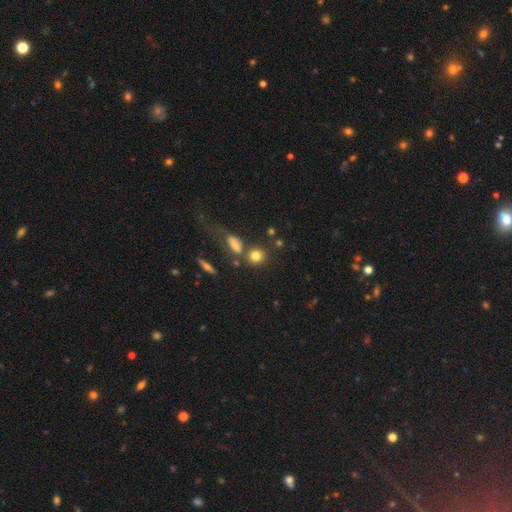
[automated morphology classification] A smooth galaxy with no disk features (79%) that is round (80%). Merging: none (65%).